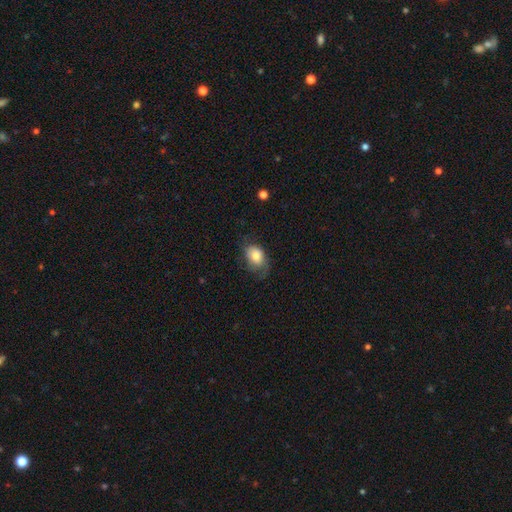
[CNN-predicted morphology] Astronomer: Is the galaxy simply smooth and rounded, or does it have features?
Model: smooth — 75%.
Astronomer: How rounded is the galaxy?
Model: in between — 76%.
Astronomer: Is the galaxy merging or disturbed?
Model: none — 52% (runner-up: minor disturbance, 30%).